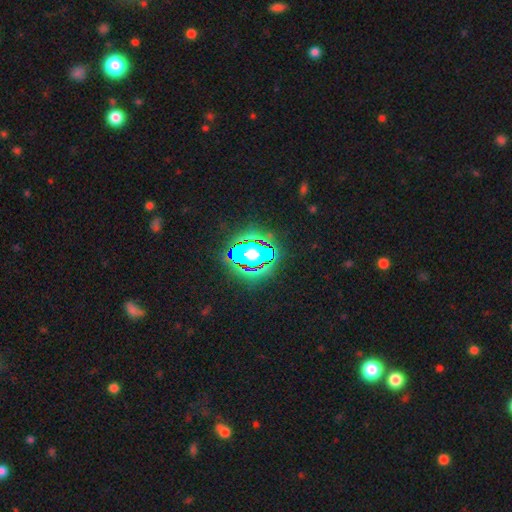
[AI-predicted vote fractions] This is likely a star or artifact rather than a galaxy (79%).